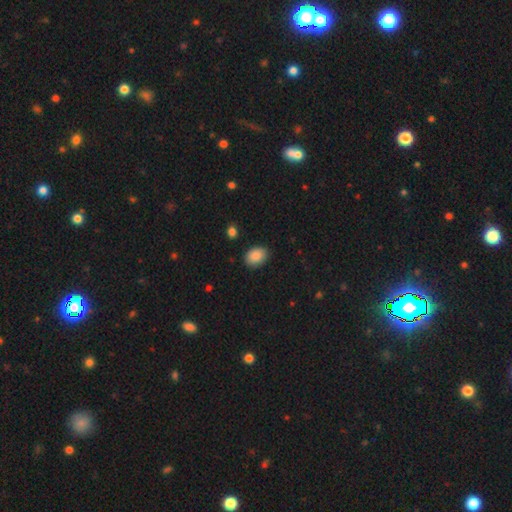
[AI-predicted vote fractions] Smooth or featured?
  - smooth: 88% *
  - star or artifact: 8%
  - featured or disk: 4%
How rounded?
  - in between: 75% *
  - round: 24%
  - cigar-shaped: 1%
Merging?
  - none: 86% *
  - minor disturbance: 10%
  - major disturbance: 2%
  - merger: 1%